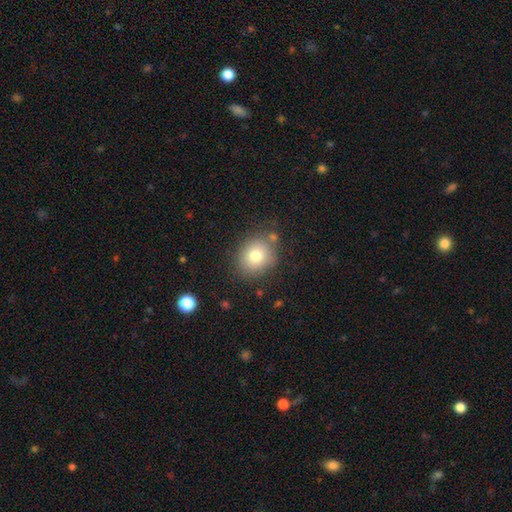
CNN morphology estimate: This is likely a smooth galaxy (76%). How rounded: likely round (68%). Merging: likely none (78%).